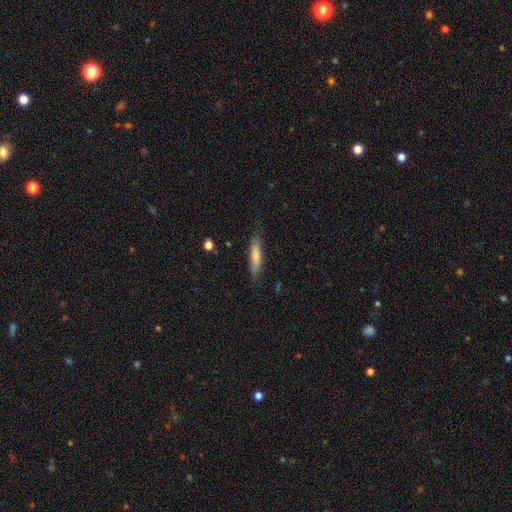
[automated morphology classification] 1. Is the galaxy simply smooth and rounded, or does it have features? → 75% smooth, 19% featured or disk, 6% star or artifact.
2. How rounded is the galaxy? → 82% cigar-shaped, 16% in between, 1% round.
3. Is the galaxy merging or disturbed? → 77% none, 17% minor disturbance, 4% major disturbance, 1% merger.